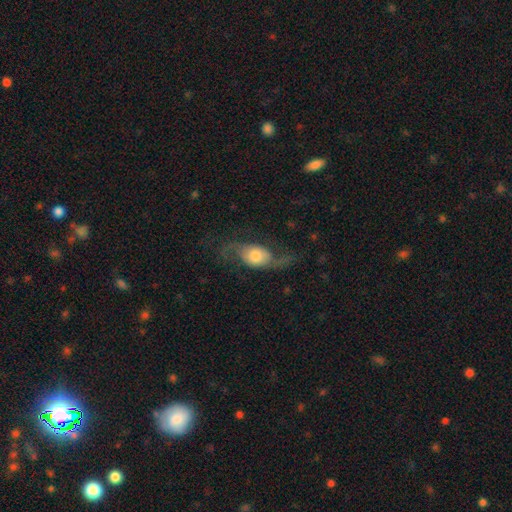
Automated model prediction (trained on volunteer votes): featured or disk 66%, smooth 27%, star or artifact 7%. Down the decision tree: edge-on disk — no (89%); bar — no (69%); spiral arms — yes (87%); spiral arm count — 2 (89%); spiral winding — loose (77%); bulge size — moderate (44%); merging — none (56%).